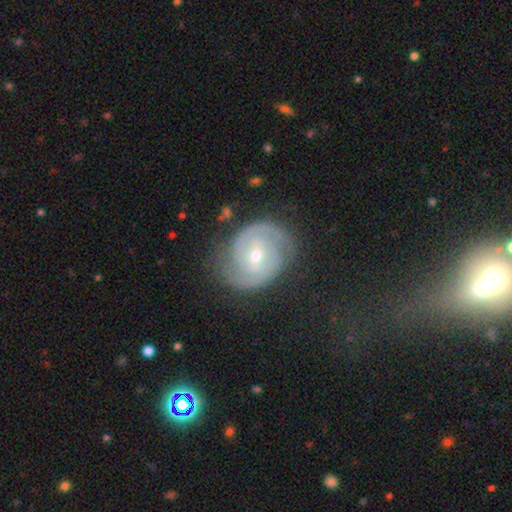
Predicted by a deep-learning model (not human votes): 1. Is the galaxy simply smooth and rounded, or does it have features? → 86% featured or disk, 8% smooth, 6% star or artifact.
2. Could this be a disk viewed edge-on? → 98% no, 2% yes.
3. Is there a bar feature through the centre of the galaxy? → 47% weak, 38% no, 16% strong.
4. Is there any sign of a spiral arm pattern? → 97% yes, 3% no.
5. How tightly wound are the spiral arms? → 60% tight, 33% medium, 7% loose.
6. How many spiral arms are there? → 79% 2, 8% can't tell, 6% 3, 2% 1, 2% 4, 2% more than 4.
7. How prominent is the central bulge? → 57% small, 40% moderate, 1% large, 1% none, 1% dominant.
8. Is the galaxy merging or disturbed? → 78% none, 15% minor disturbance, 5% major disturbance, 2% merger.